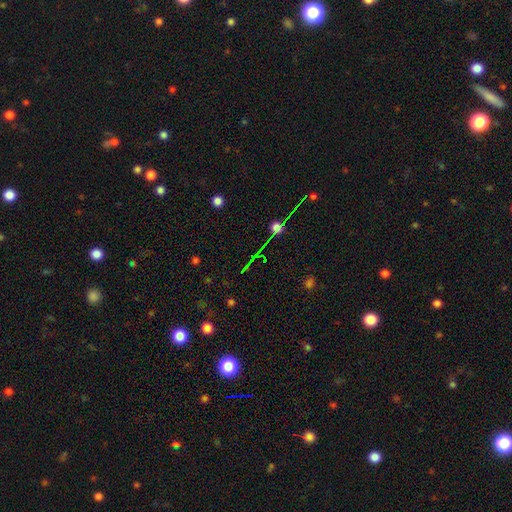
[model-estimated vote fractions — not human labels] Q: Smooth or featured?
A: star or artifact (70%); runner-up: smooth (16%)